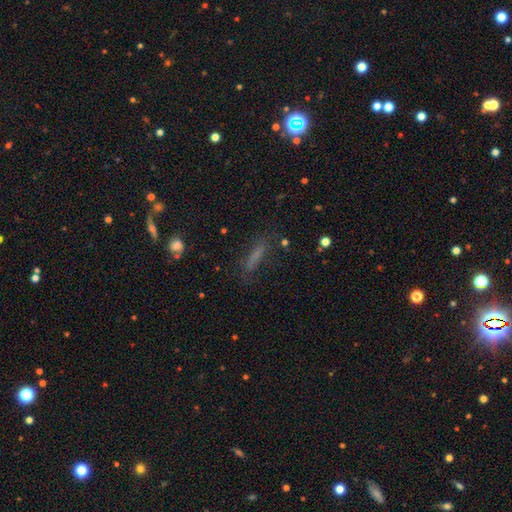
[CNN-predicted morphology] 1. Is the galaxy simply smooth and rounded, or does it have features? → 61% smooth, 21% featured or disk, 18% star or artifact.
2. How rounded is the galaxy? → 81% cigar-shaped, 16% in between, 3% round.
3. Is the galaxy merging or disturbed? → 71% none, 17% minor disturbance, 9% major disturbance, 3% merger.